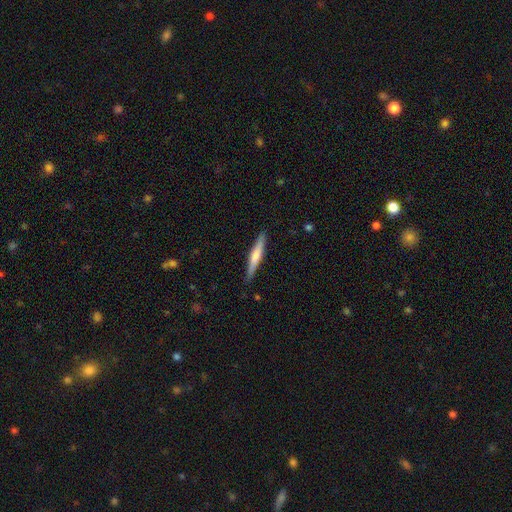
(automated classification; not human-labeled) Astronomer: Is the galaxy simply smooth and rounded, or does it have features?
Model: smooth — 53% (runner-up: featured or disk, 41%).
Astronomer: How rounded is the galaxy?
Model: cigar-shaped — 93%.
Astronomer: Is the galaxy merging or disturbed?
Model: none — 88%.